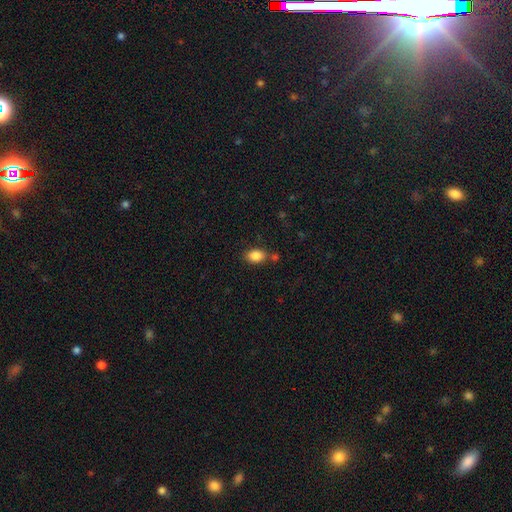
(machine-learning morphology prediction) This appears to be a smooth galaxy with no disk features (87%) that is in between round and cigar-shaped (82%). Merging: none (73%).